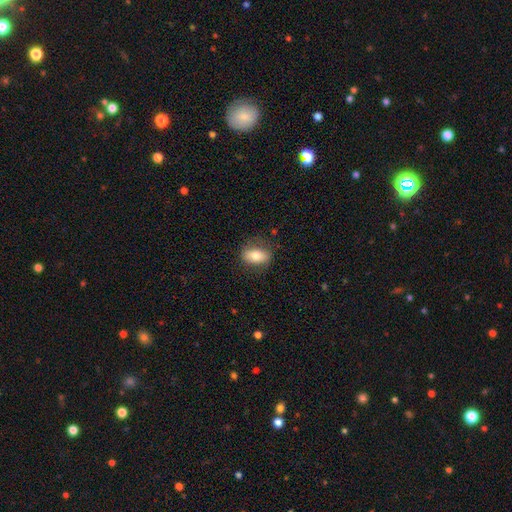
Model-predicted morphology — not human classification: Smooth or featured?
  - smooth: 75% *
  - featured or disk: 18%
  - star or artifact: 7%
How rounded?
  - in between: 84% *
  - round: 10%
  - cigar-shaped: 6%
Merging?
  - none: 77% *
  - minor disturbance: 16%
  - major disturbance: 5%
  - merger: 1%